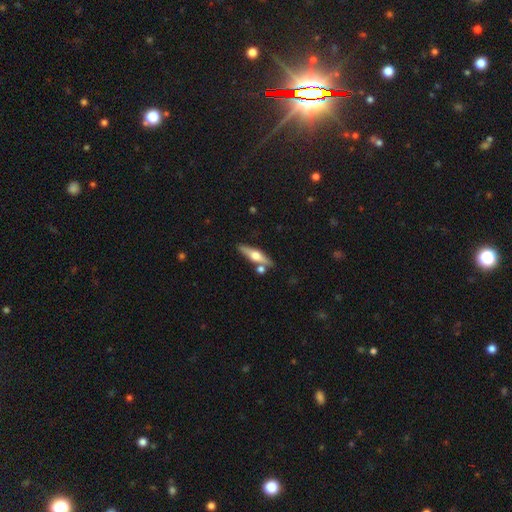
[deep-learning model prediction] Smooth or featured: featured or disk — 60% (smooth — 34%)
Edge-on disk: yes — 94% (no — 6%)
Edge-on bulge: rounded — 94% (boxy — 3%)
Merging: none — 80% (minor disturbance — 9%)